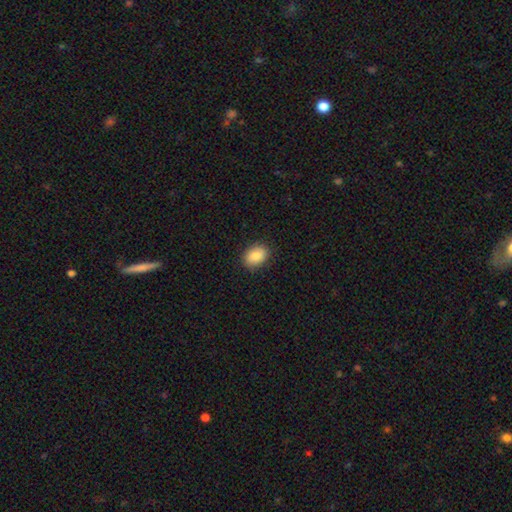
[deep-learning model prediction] The model was most divided on "how rounded": in between: 75%, round: 24%, cigar-shaped: 1%. More confident: merging — none (86%); smooth or featured — smooth (86%).